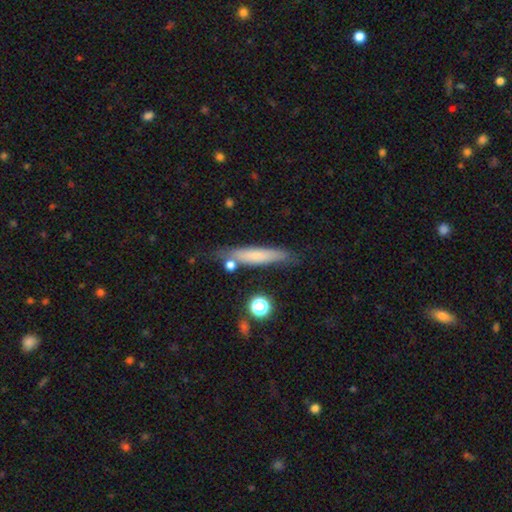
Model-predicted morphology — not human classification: A smooth galaxy with no disk features (64%) that is cigar-shaped (87%).

Vote fractions:
- Smooth or featured? smooth: 64% / featured or disk: 28% / star or artifact: 8%
- How rounded? cigar-shaped: 87% / in between: 11% / round: 2%
- Merging? none: 68% / minor disturbance: 19% / merger: 7% / major disturbance: 5%